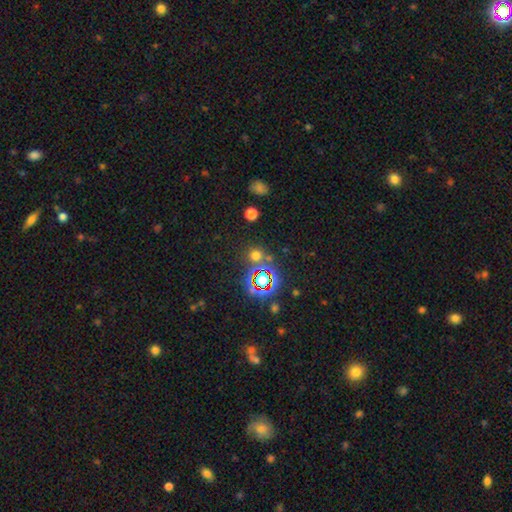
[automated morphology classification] Smooth or featured: smooth — 55% (star or artifact — 38%)
How rounded: round — 89% (in between — 10%)
Merging: none — 76% (merger — 11%)